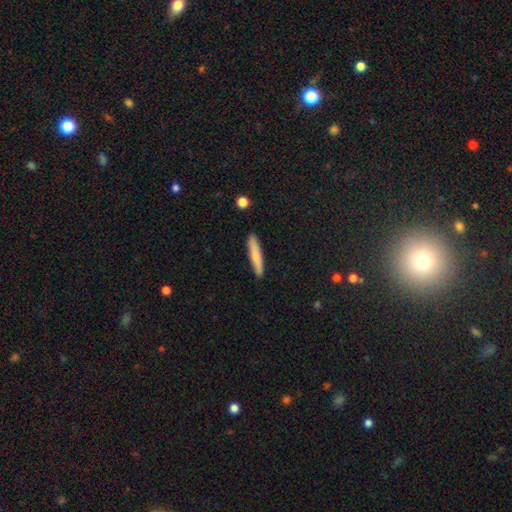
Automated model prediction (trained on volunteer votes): smooth-or-featured: smooth: 75% | featured or disk: 19% | star or artifact: 6%
  how-rounded: cigar-shaped: 92% | in between: 7% | round: 1%
  merging: none: 89% | minor disturbance: 8% | major disturbance: 2% | merger: 1%